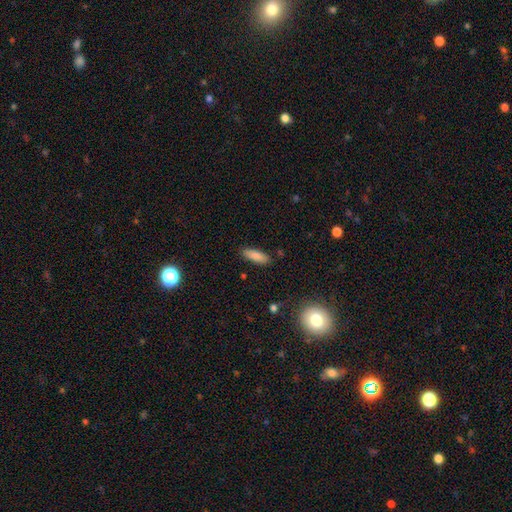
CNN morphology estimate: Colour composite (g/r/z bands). It shows a smooth galaxy with no disk features (85%) that is in between round and cigar-shaped (55%). Merging: none (86%).